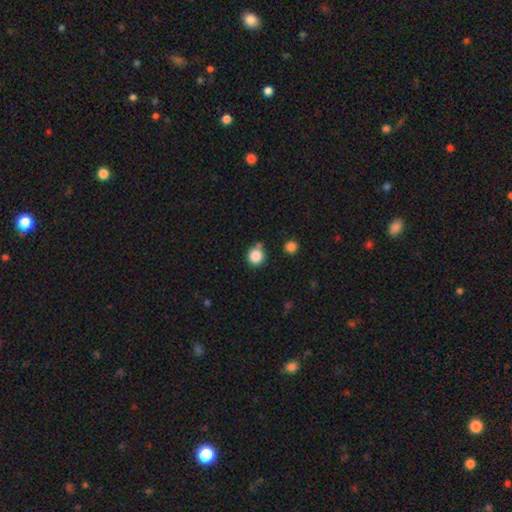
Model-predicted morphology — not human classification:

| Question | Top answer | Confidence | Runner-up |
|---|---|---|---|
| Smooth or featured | smooth | 85% | star or artifact (10%) |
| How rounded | round | 89% | in between (10%) |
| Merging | none | 67% | minor disturbance (17%) |